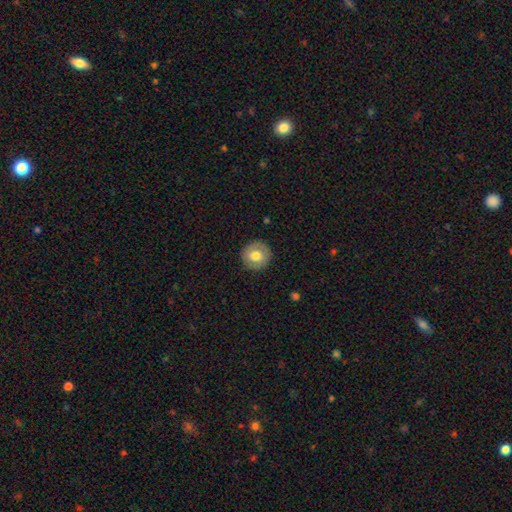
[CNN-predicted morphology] This is likely a smooth galaxy (70%). How rounded: clearly round (94%). Merging: clearly none (89%).